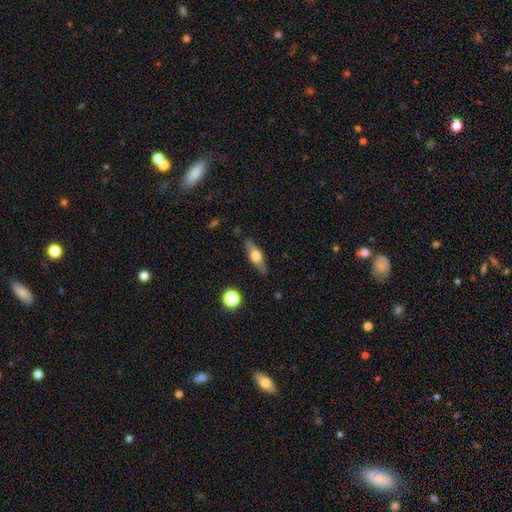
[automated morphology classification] smooth 48%, featured or disk 45%, star or artifact 7%. Down the decision tree: merging — none (83%).